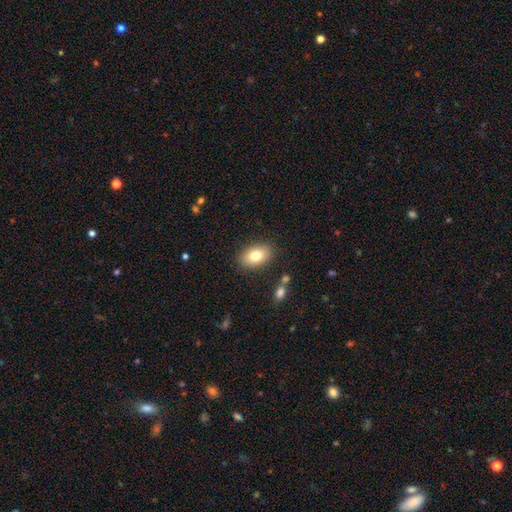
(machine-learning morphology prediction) smooth 80%, featured or disk 13%, star or artifact 8%. Down the decision tree: how rounded — in between (89%); merging — none (86%).